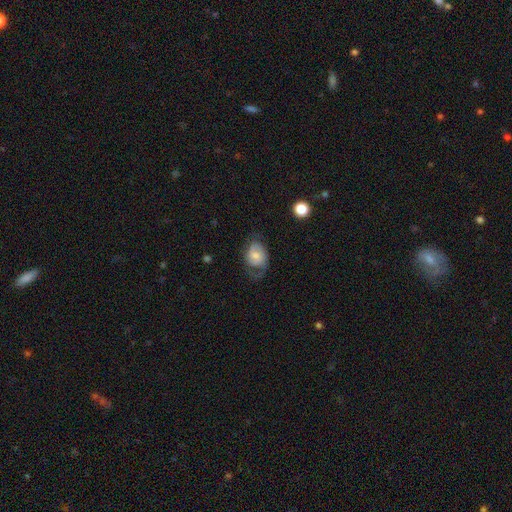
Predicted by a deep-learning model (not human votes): Smooth or featured? Predicted: featured or disk (p=0.50). Merging? Predicted: none (p=0.42).